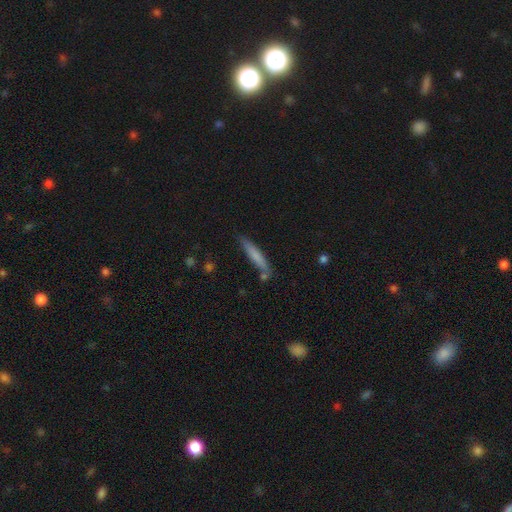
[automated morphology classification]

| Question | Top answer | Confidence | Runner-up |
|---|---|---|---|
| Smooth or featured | smooth | 72% | featured or disk (22%) |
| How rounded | cigar-shaped | 92% | in between (7%) |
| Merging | none | 77% | minor disturbance (14%) |